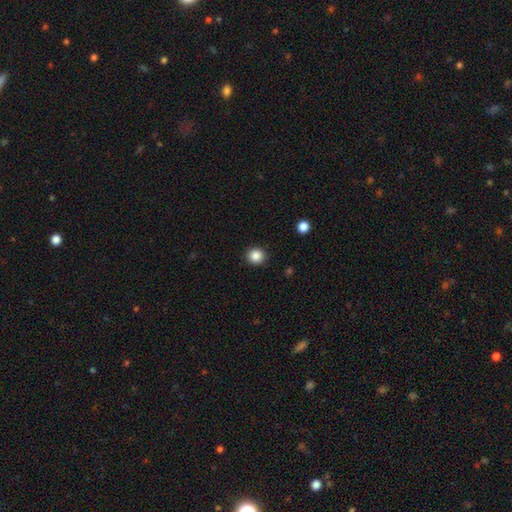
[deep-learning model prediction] A smooth galaxy with no disk features (86%) that is round (90%).

Vote fractions:
- Smooth or featured? smooth: 86% / star or artifact: 10% / featured or disk: 4%
- How rounded? round: 90% / in between: 10% / cigar-shaped: 1%
- Merging? none: 92% / minor disturbance: 6% / major disturbance: 2% / merger: 1%